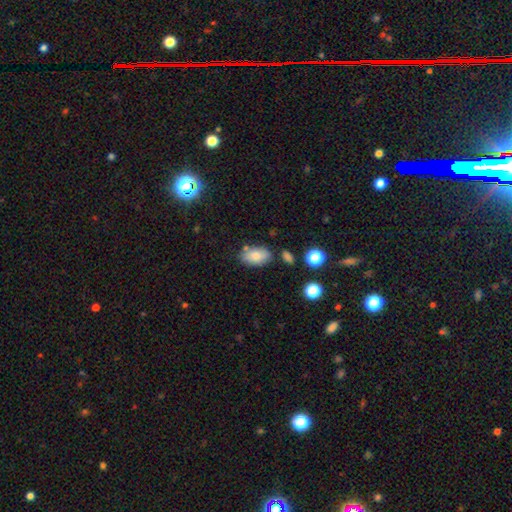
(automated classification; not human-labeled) This appears to be a smooth galaxy with no disk features (82%) that is in between round and cigar-shaped (92%). Merging: none (73%).